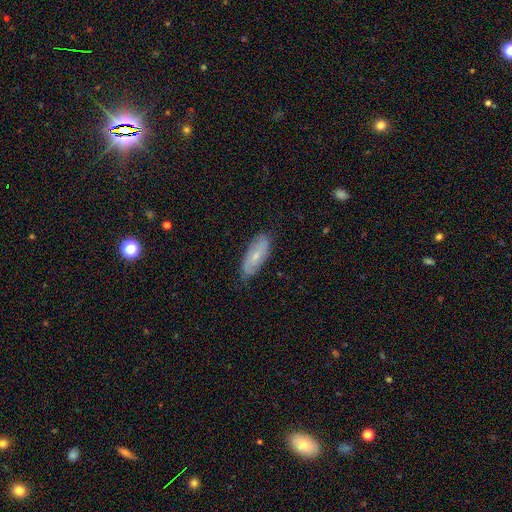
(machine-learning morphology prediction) type=featured or disk (47%); merging=none (79%).